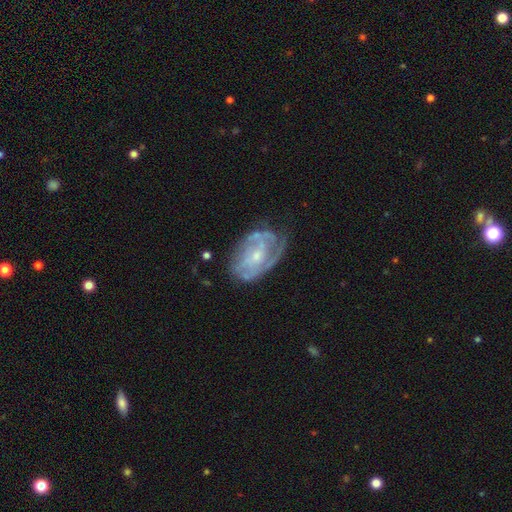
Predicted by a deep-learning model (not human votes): This is likely a featured or disk galaxy (77%). It is clearly not viewed edge-on (96%). Bar: likely no (62%). Spiral arm pattern: likely yes (77%). Spiral arm count: marginally can't tell (44%). Spiral winding: possibly tight (53%). Central bulge: likely small (62%). Merging: possibly none (58%).